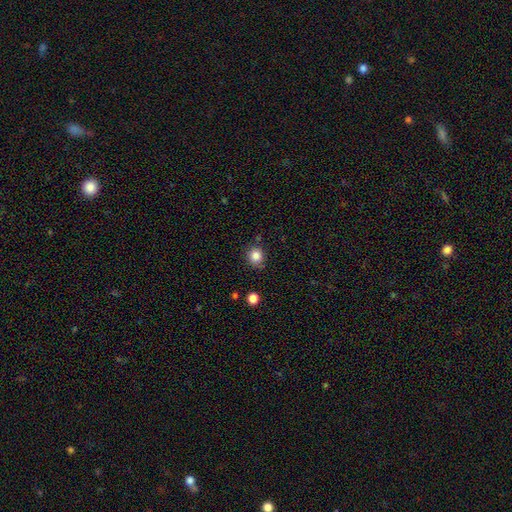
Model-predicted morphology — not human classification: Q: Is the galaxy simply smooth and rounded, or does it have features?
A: smooth — 85%.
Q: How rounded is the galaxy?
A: round — 79%.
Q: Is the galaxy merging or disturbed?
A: none — 78%.